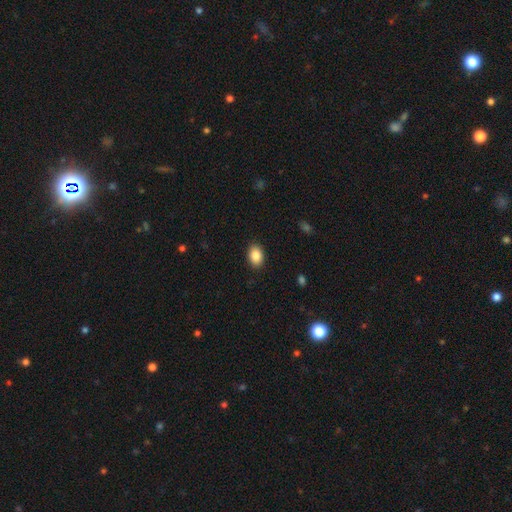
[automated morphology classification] This appears to be a smooth galaxy with no disk features (87%) that is in between round and cigar-shaped (82%). Merging: none (89%).